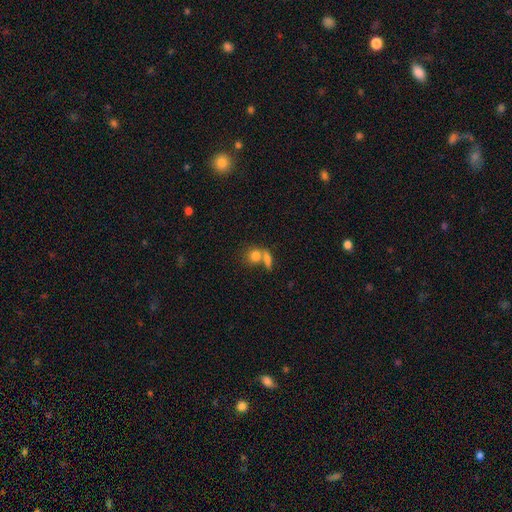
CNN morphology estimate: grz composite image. It shows a smooth galaxy with no disk features (79%) that is round (60%). Merging: merger (44%).